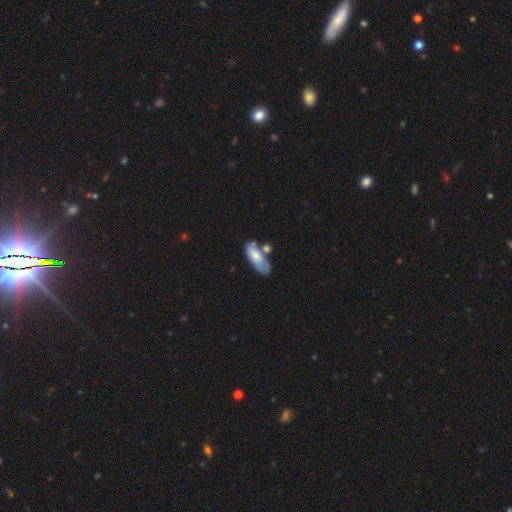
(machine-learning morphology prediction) This is likely a smooth galaxy (62%). How rounded: clearly in between (81%). Merging: marginally none (39%).